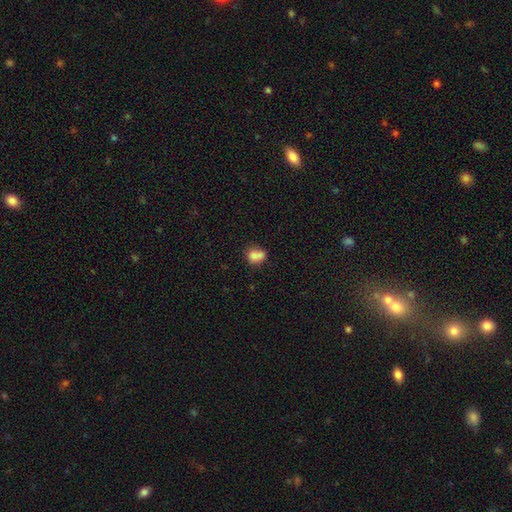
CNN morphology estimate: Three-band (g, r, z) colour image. It shows a smooth galaxy with no disk features (76%) that is round (55%). Merging: merger (45%).